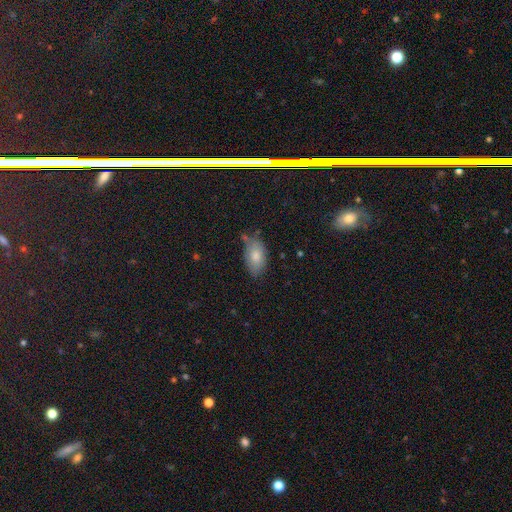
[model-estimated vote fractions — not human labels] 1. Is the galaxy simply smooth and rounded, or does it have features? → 81% smooth, 12% featured or disk, 7% star or artifact.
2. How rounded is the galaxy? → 92% in between, 6% round, 2% cigar-shaped.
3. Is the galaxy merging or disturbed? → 62% none, 26% minor disturbance, 6% merger, 6% major disturbance.